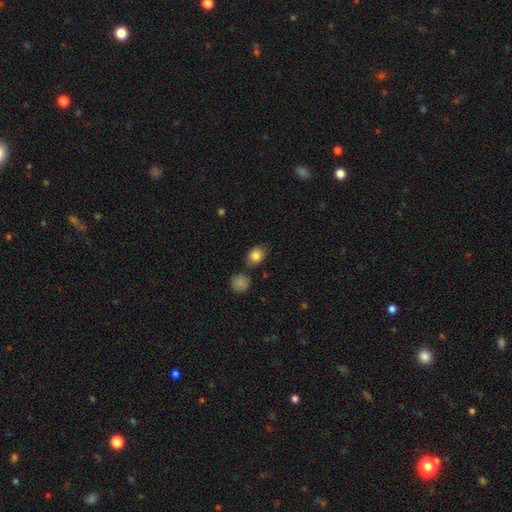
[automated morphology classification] Smooth or featured? Predicted: smooth (p=0.84). How rounded? Predicted: round (p=0.51). Merging? Predicted: none (p=0.74).